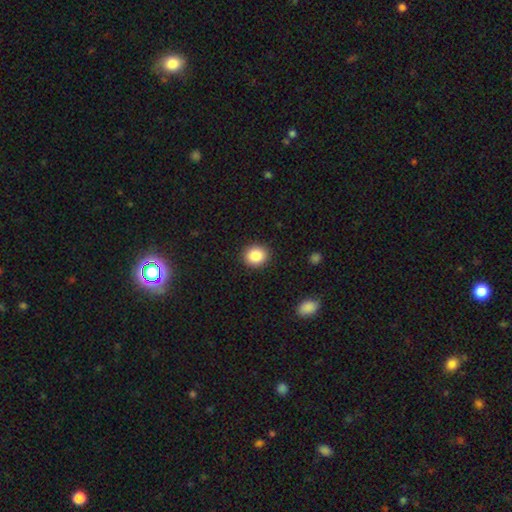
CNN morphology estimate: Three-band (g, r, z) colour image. It shows a smooth galaxy with no disk features (86%) that is round (78%). Merging: none (91%).